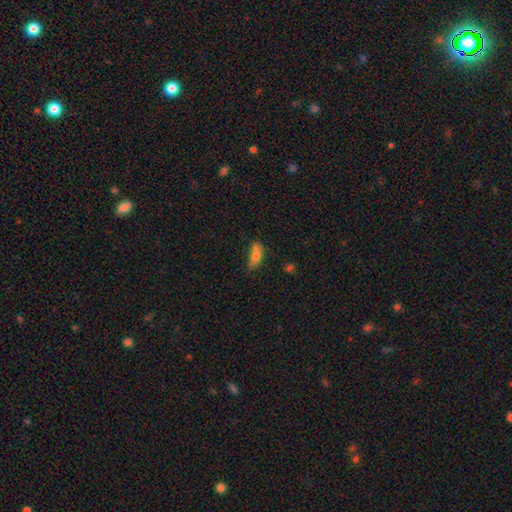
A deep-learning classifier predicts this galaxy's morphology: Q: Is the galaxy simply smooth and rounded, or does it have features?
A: smooth — 71%.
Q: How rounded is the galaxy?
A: in between — 74%.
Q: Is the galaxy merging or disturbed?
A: none — 36%.